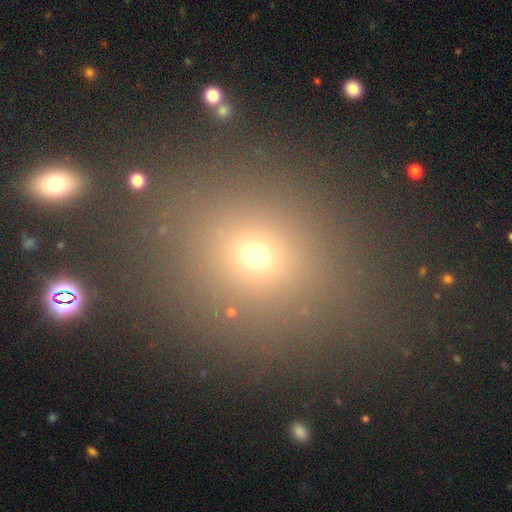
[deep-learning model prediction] Smooth or featured: smooth — 64% (star or artifact — 26%)
How rounded: round — 72% (in between — 27%)
Merging: none — 81% (minor disturbance — 10%)